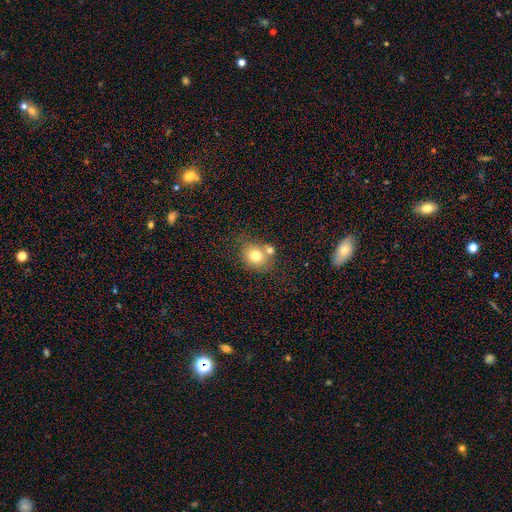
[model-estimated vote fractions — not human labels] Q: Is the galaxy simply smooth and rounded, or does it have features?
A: smooth — 75%.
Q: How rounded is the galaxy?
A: round — 69%.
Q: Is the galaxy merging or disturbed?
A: none — 57%.